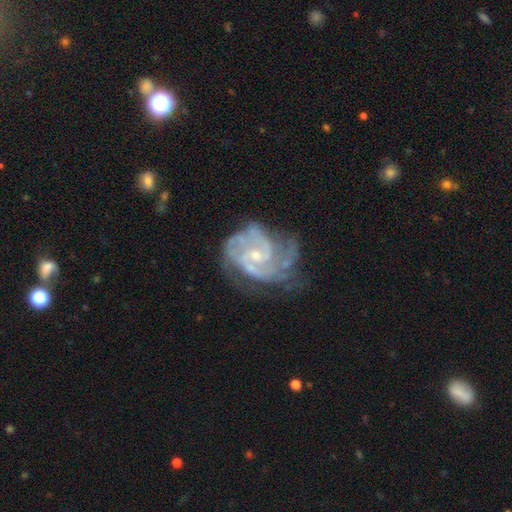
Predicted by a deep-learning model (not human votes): Overall: featured or disk (88%). Edge-on disk: no (98%). Bar: no (47%; weak 44%). Spiral arms: yes (96%). Spiral arm count: 2 (37%; 3 24%). Spiral winding: tight (48%; medium 42%). Bulge size: small (62%; moderate 32%). Merging: none (52%; minor disturbance 25%).